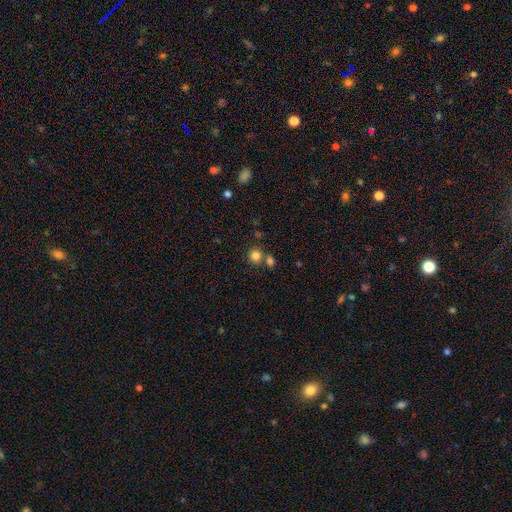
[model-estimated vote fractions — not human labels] A smooth galaxy with no disk features (82%) that is round (90%).

Vote fractions:
- Smooth or featured? smooth: 82% / star or artifact: 12% / featured or disk: 6%
- How rounded? round: 90% / in between: 10% / cigar-shaped: 1%
- Merging? none: 66% / merger: 23% / minor disturbance: 8% / major disturbance: 3%